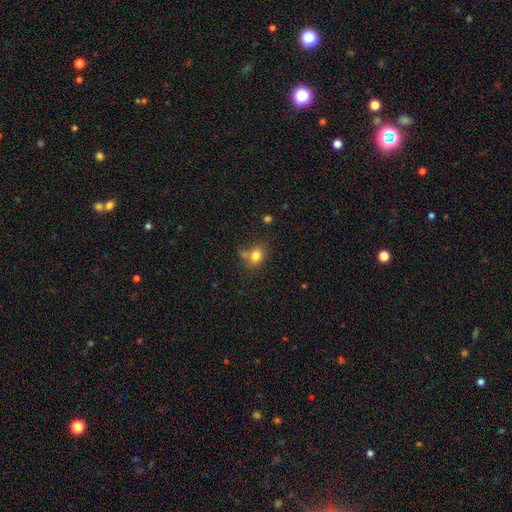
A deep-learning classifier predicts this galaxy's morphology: The model was most divided on "how rounded": in between: 60%, round: 39%, cigar-shaped: 1%. More confident: smooth or featured — smooth (80%); merging — none (55%).